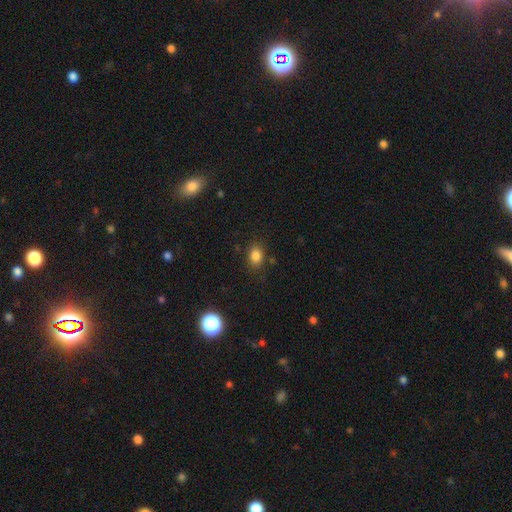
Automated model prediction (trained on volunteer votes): Morphology: type=smooth (83%); roundness=in between (59%); merging=none (80%).